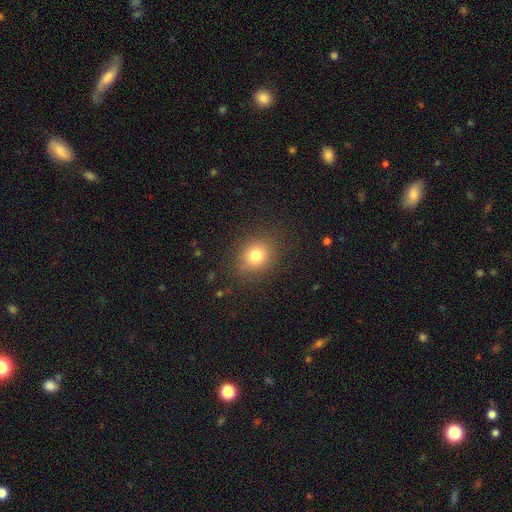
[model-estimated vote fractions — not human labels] Morphology: type=smooth (78%); roundness=round (75%); merging=none (85%).